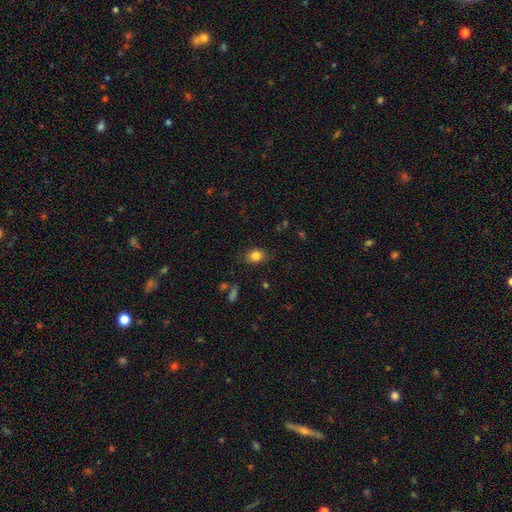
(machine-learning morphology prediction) A smooth galaxy with no disk features (83%) that is in between round and cigar-shaped (52%). Merging: none (81%).